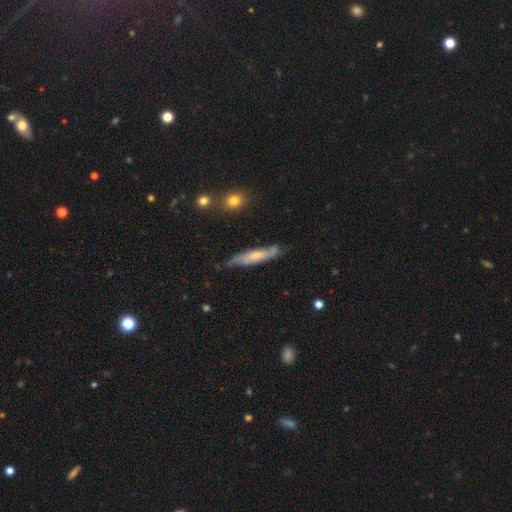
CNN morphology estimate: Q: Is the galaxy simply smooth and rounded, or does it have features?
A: featured or disk — 52%.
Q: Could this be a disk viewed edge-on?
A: yes — 59%.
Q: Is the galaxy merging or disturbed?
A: none — 68%.